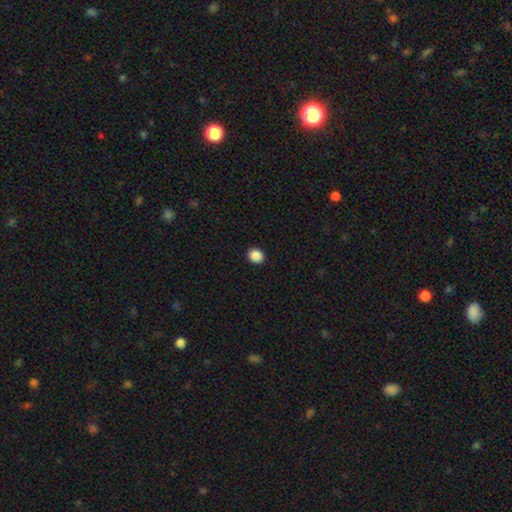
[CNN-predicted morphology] Q: Smooth or featured?
A: smooth (89%); runner-up: star or artifact (9%)
Q: How rounded?
A: round (61%); runner-up: in between (38%)
Q: Merging?
A: none (92%); runner-up: minor disturbance (5%)